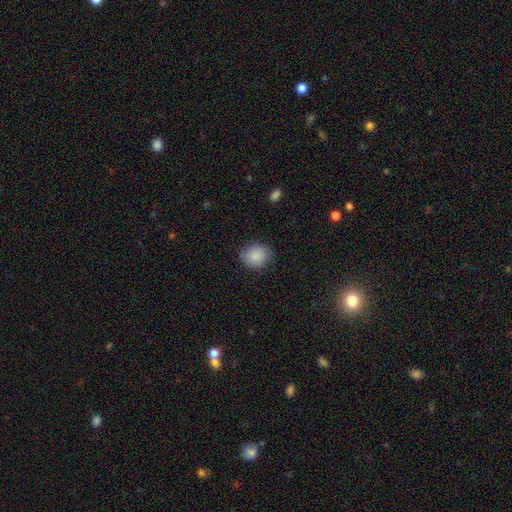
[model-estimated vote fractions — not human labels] Smooth or featured: smooth — 87% (star or artifact — 7%)
How rounded: round — 62% (in between — 37%)
Merging: none — 80% (minor disturbance — 16%)